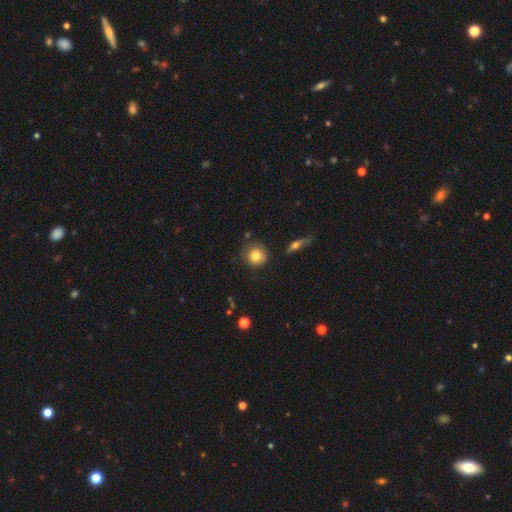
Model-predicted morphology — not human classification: smooth 79%, featured or disk 12%, star or artifact 9%. Down the decision tree: how rounded — round (91%); merging — none (76%).